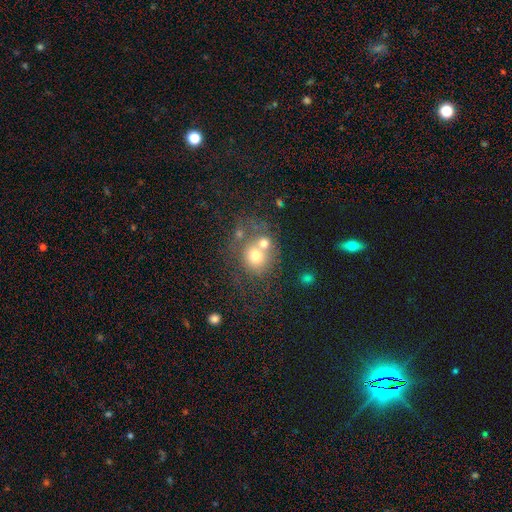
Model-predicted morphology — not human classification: smooth 65%, featured or disk 22%, star or artifact 13%. Down the decision tree: how rounded — round (78%); merging — merger (46%).